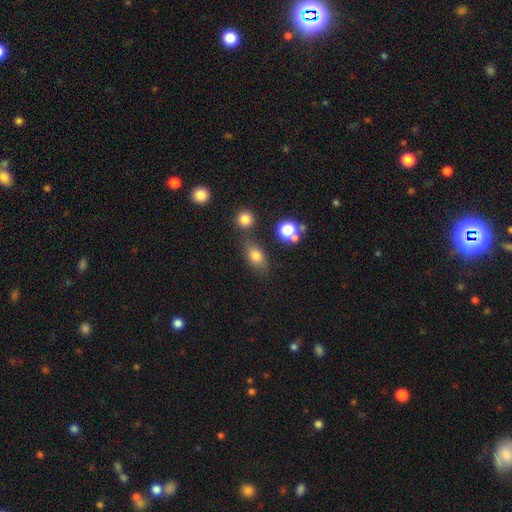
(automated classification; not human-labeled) Morphology: type=smooth (75%); roundness=in between (75%); merging=none (68%).